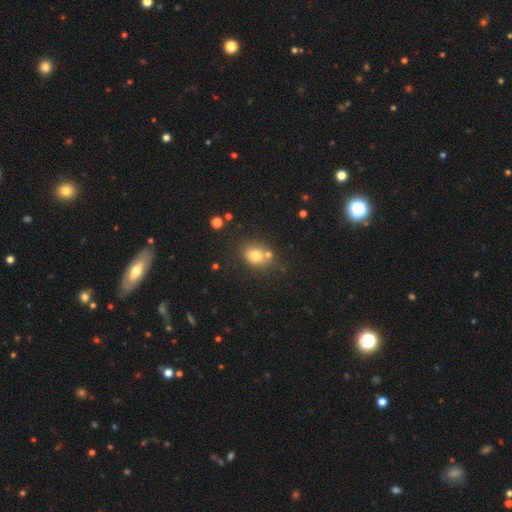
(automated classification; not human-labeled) Smooth or featured? Predicted: smooth (p=0.77). How rounded? Predicted: round (p=0.58). Merging? Predicted: none (p=0.59).